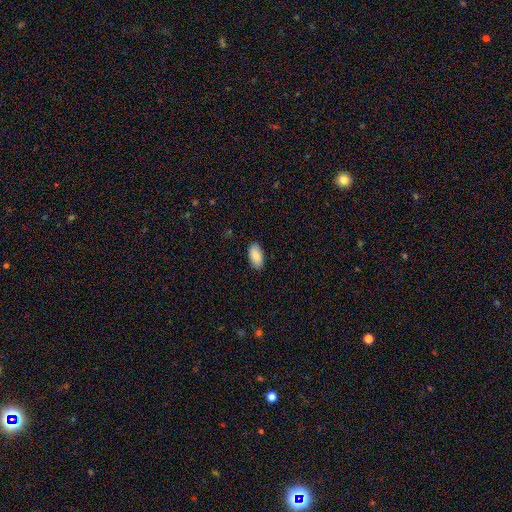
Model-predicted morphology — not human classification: Smooth or featured? smooth (87%)
How rounded? in between (94%)
Merging? none (88%)